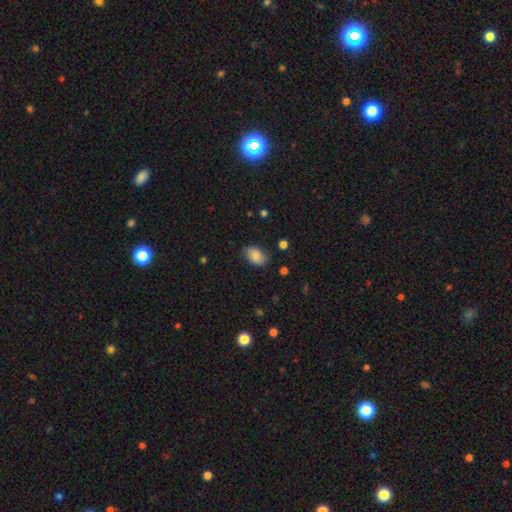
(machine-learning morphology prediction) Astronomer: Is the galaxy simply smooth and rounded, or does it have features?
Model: smooth — 83%.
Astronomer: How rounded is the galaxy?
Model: in between — 84%.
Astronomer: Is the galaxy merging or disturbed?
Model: none — 78%.